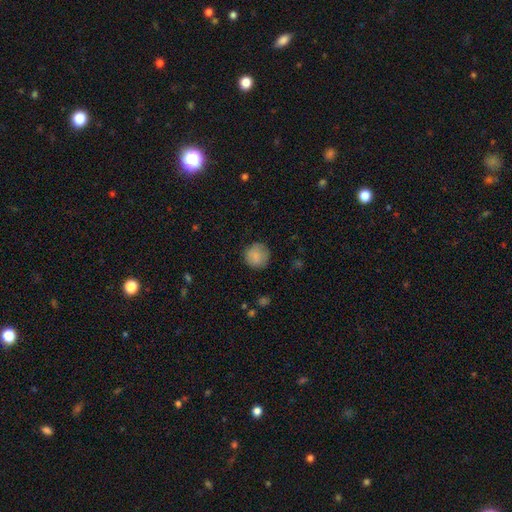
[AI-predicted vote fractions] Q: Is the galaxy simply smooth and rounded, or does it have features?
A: smooth — 85%.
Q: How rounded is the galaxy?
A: round — 93%.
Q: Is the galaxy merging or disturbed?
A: none — 82%.